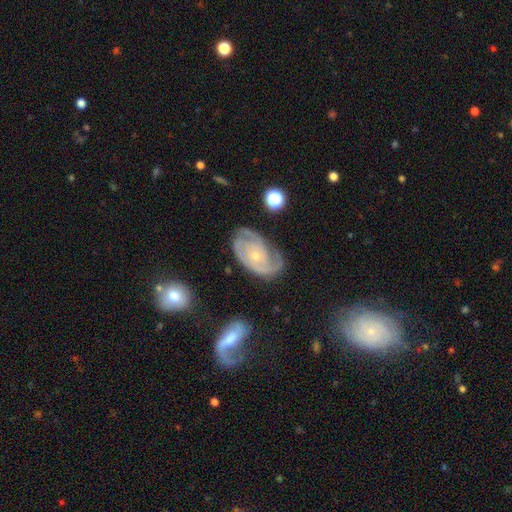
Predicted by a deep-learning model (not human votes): Morphology: type=featured or disk (85%); edge-on=no (96%); bar=no (75%); spiral arms=yes (95%); winding=tight (59%); arm count=2 (40%); bulge=small (70%); merging=none (64%).